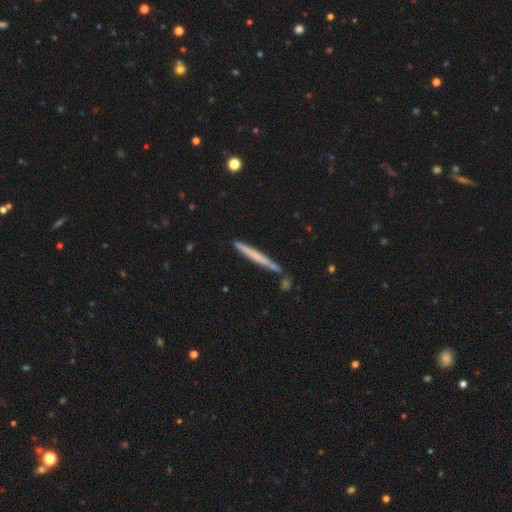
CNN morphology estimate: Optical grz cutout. It shows a smooth galaxy with no disk features (56%) that is cigar-shaped (97%). Merging: none (80%).